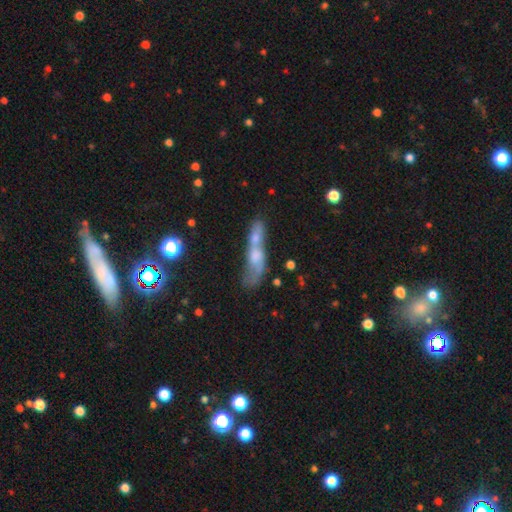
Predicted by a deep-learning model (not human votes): The model was most divided on "smooth or featured": smooth: 46%, featured or disk: 41%, star or artifact: 13%. More confident: merging — merger (55%).